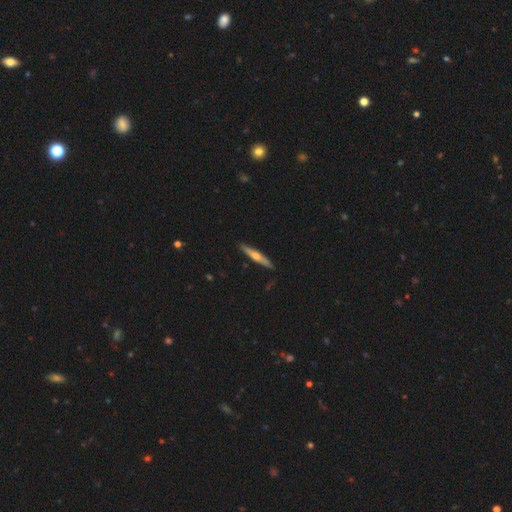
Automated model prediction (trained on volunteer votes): Q: Smooth or featured?
A: featured or disk (59%); runner-up: smooth (36%)
Q: Edge-on disk?
A: yes (96%); runner-up: no (4%)
Q: Edge-on bulge?
A: rounded (87%); runner-up: none (10%)
Q: Merging?
A: none (90%); runner-up: minor disturbance (7%)